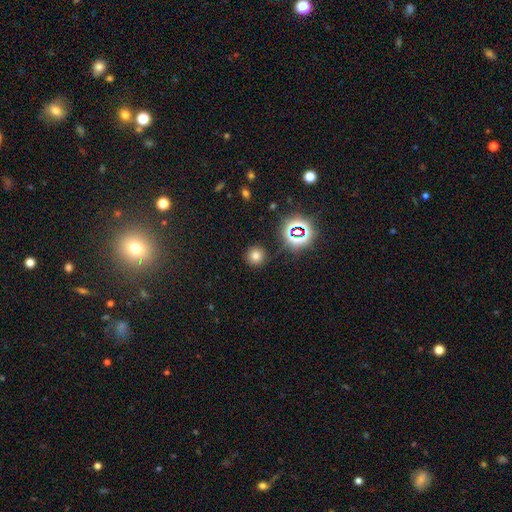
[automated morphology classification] This is likely a smooth galaxy (71%). How rounded: clearly round (93%). Merging: clearly none (88%).